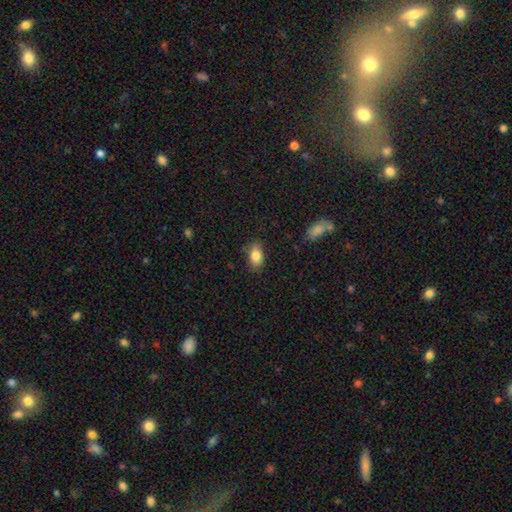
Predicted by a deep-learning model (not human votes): This appears to be a smooth galaxy with no disk features (83%) that is in between round and cigar-shaped (89%). Merging: none (82%).